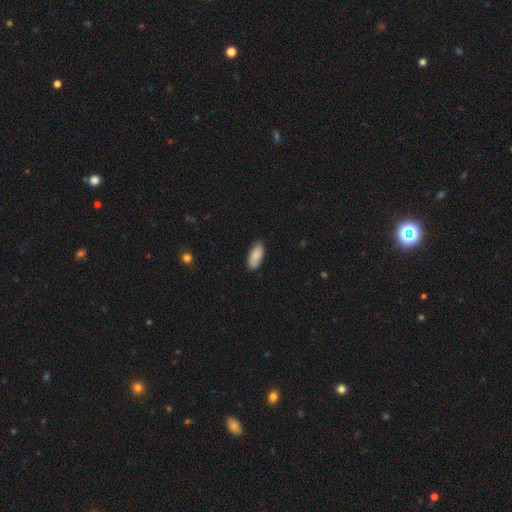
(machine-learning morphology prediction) Smooth or featured?
  - smooth: 85% *
  - featured or disk: 9%
  - star or artifact: 6%
How rounded?
  - in between: 87% *
  - cigar-shaped: 11%
  - round: 2%
Merging?
  - none: 85% *
  - minor disturbance: 12%
  - major disturbance: 2%
  - merger: 1%